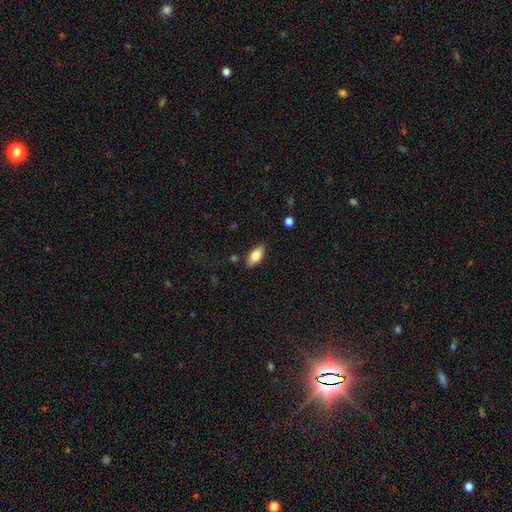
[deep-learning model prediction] Smooth or featured? Predicted: smooth (p=0.76). How rounded? Predicted: in between (p=0.88). Merging? Predicted: none (p=0.85).